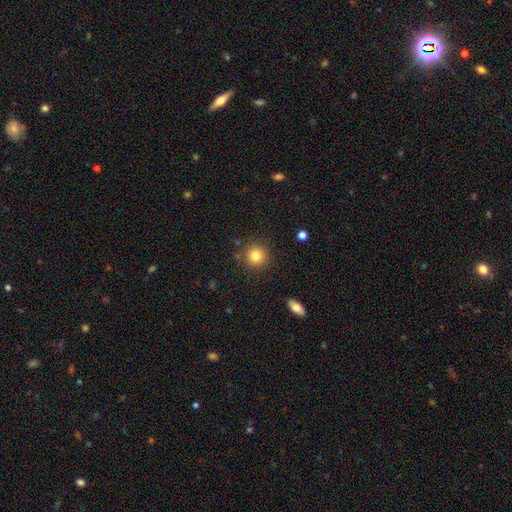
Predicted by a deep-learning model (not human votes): A smooth galaxy with no disk features (82%) that is round (93%).

Vote fractions:
- Smooth or featured? smooth: 82% / star or artifact: 11% / featured or disk: 7%
- How rounded? round: 93% / in between: 6% / cigar-shaped: 1%
- Merging? none: 87% / minor disturbance: 8% / major disturbance: 3% / merger: 2%